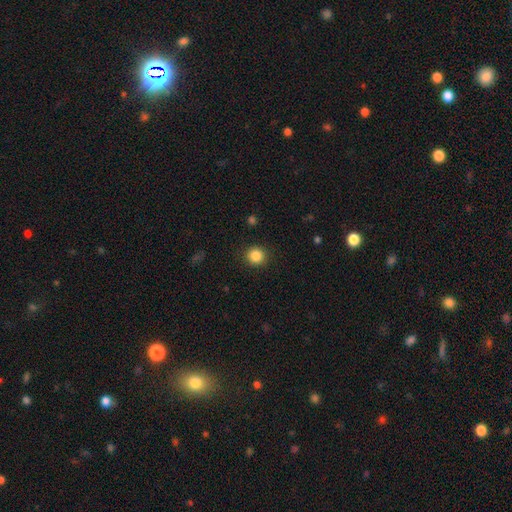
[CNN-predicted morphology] The model was most divided on "smooth or featured": smooth: 85%, star or artifact: 11%, featured or disk: 4%. More confident: merging — none (91%); how rounded — round (91%).